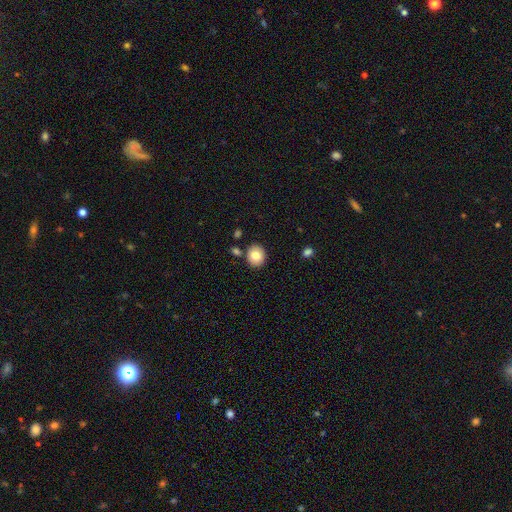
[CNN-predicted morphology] type=smooth (81%); roundness=round (66%); merging=none (83%).